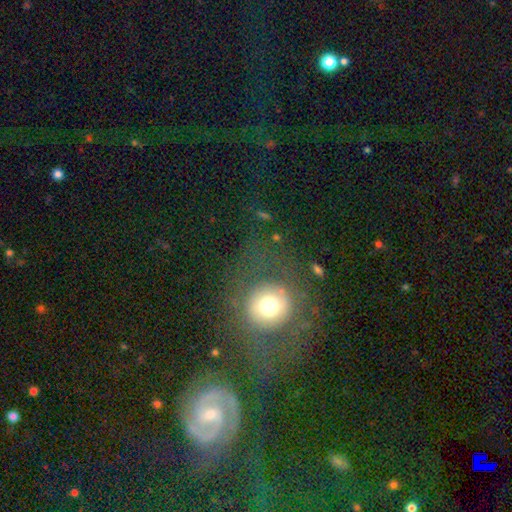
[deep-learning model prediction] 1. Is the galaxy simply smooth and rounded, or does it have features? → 49% smooth, 34% featured or disk, 17% star or artifact.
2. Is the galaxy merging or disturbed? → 63% none, 14% minor disturbance, 13% major disturbance, 10% merger.